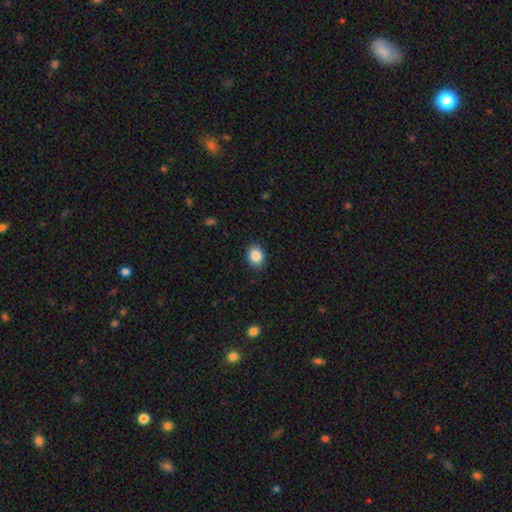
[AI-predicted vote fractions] This appears to be a smooth galaxy with no disk features (88%) that is in between round and cigar-shaped (57%). Merging: none (87%).